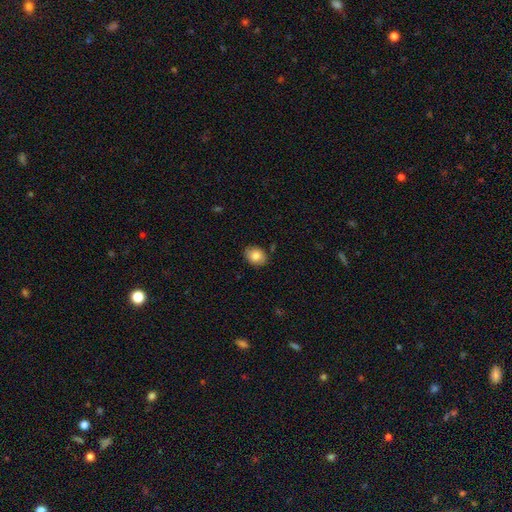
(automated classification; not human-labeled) The model was most divided on "how rounded": in between: 58%, round: 41%, cigar-shaped: 1%. More confident: merging — none (85%); smooth or featured — smooth (84%).